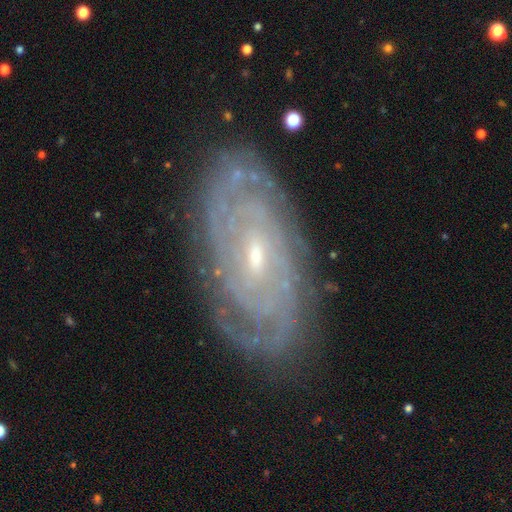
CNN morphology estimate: Smooth or featured? Predicted: featured or disk (p=0.89). Edge-on disk? Predicted: no (p=0.95). Bar? Predicted: weak (p=0.41, tied with no). Spiral arms? Predicted: yes (p=0.98). Spiral winding? Predicted: tight (p=0.85). Spiral arm count? Predicted: can't tell (p=0.26). Bulge size? Predicted: small (p=0.70). Merging? Predicted: none (p=0.84).